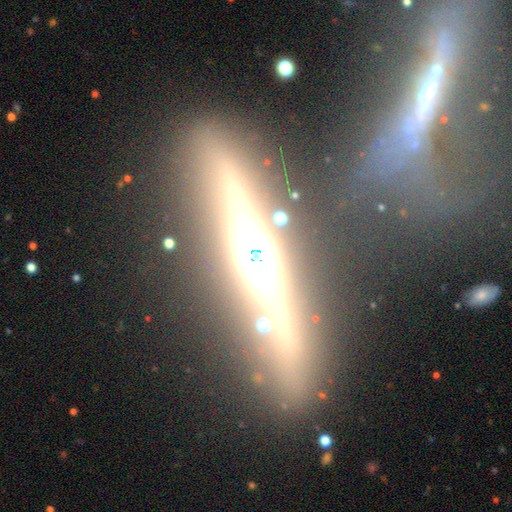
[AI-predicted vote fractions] This appears to be a featured or disk galaxy (78%) viewed edge-on (93%) with a rounded central bulge (80%). Merging: none (69%).